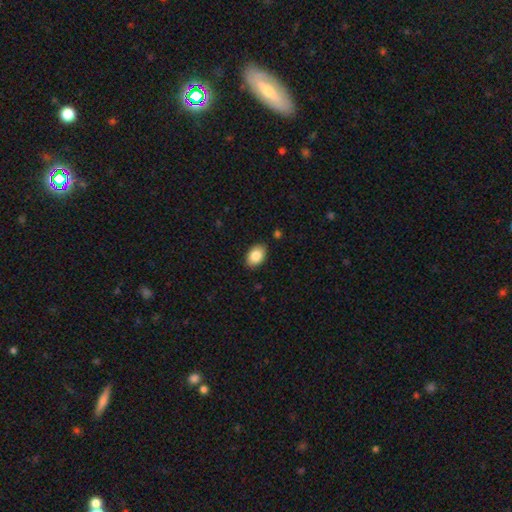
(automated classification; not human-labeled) The model was most divided on "how rounded": in between: 85%, round: 14%, cigar-shaped: 1%. More confident: merging — none (87%); smooth or featured — smooth (85%).